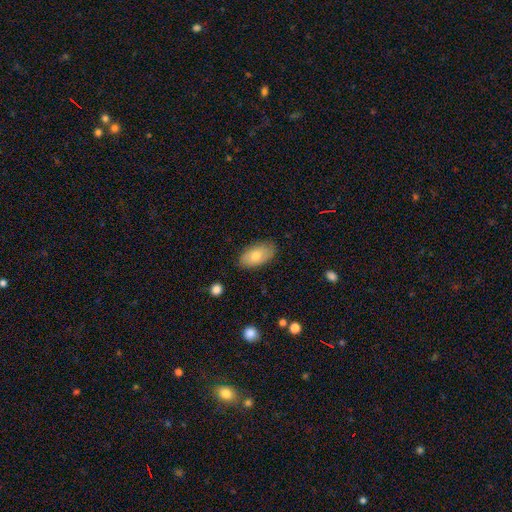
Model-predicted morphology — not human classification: smooth 74%, featured or disk 19%, star or artifact 7%. Down the decision tree: how rounded — in between (93%); merging — none (84%).